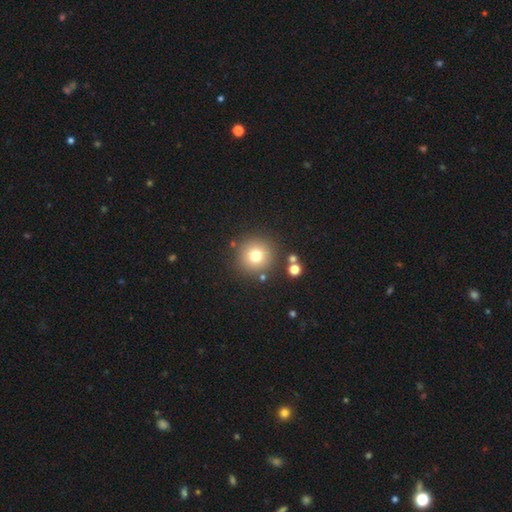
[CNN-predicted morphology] A smooth galaxy with no disk features (74%) that is round (95%).

Vote fractions:
- Smooth or featured? smooth: 74% / star or artifact: 15% / featured or disk: 11%
- How rounded? round: 95% / in between: 4% / cigar-shaped: 1%
- Merging? none: 86% / minor disturbance: 7% / merger: 5% / major disturbance: 3%